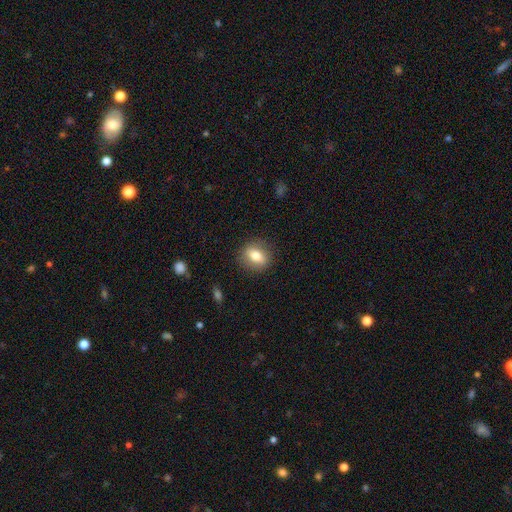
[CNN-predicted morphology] smooth 75%, featured or disk 17%, star or artifact 8%. Down the decision tree: how rounded — in between (51%); merging — none (86%).